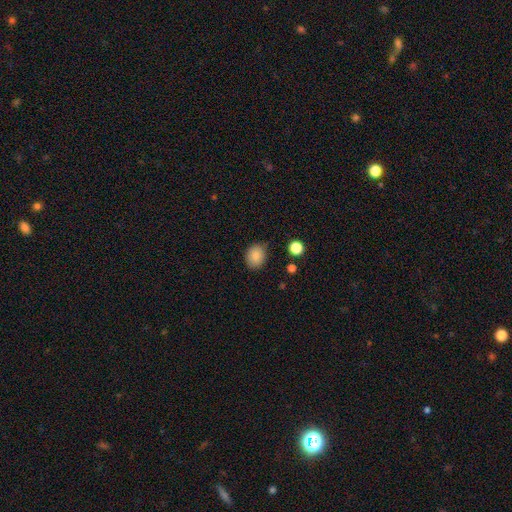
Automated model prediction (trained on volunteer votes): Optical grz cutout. It shows a smooth galaxy with no disk features (85%) that is round (51%). Merging: none (84%).